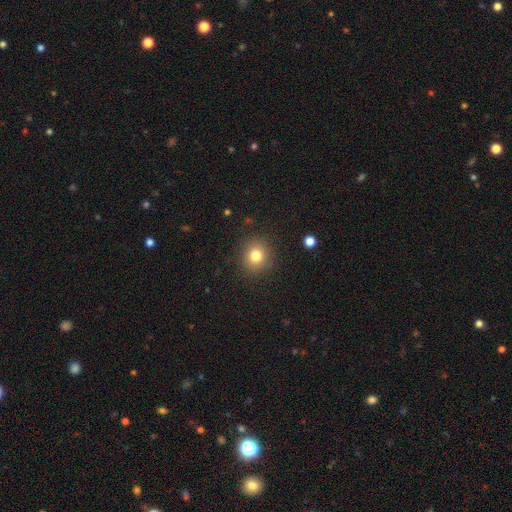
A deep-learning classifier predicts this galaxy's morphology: smooth_or_featured: smooth (p=0.81) [alt: star or artifact p=0.12]
how_rounded: round (p=0.85) [alt: in between p=0.14]
merging: none (p=0.88) [alt: minor disturbance p=0.08]